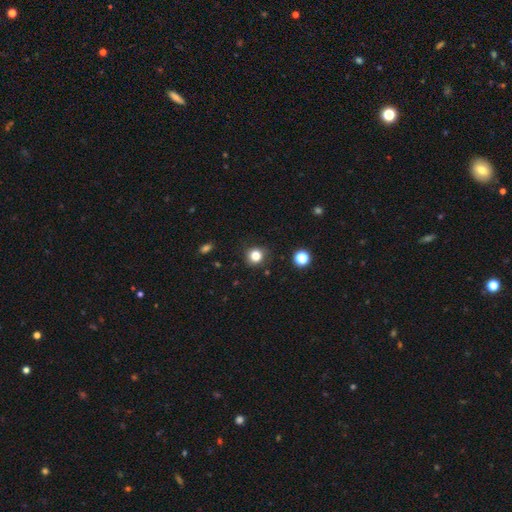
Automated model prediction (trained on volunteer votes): This appears to be a smooth galaxy with no disk features (81%) that is round (88%). Merging: none (85%).